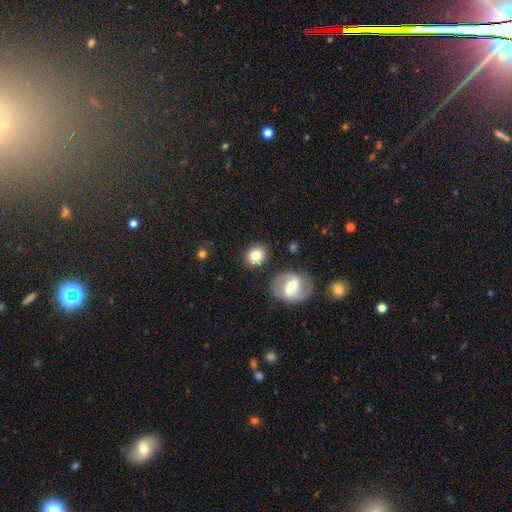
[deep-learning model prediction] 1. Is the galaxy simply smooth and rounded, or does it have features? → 79% smooth, 13% featured or disk, 8% star or artifact.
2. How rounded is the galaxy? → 70% round, 29% in between, 1% cigar-shaped.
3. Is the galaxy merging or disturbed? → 82% none, 10% minor disturbance, 4% merger, 3% major disturbance.